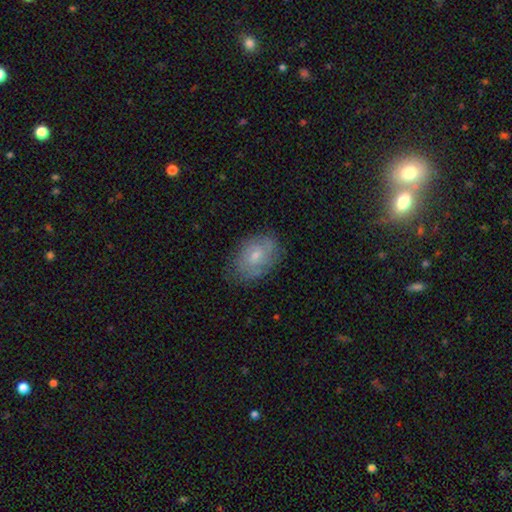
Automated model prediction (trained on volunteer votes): This is possibly a featured or disk galaxy (50%). It is clearly not viewed edge-on (96%). Merging: likely none (73%).